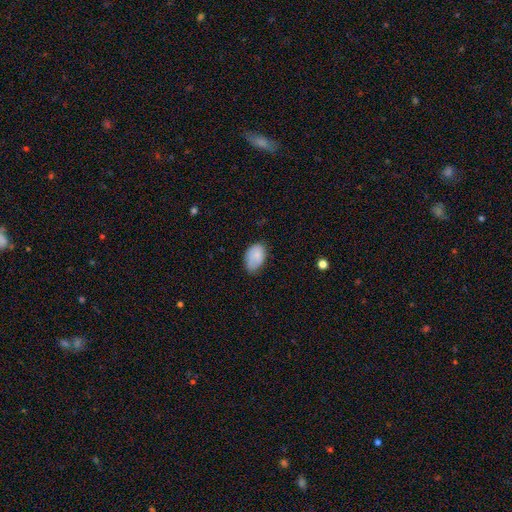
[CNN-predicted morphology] A smooth galaxy with no disk features (82%) that is in between round and cigar-shaped (88%). Merging: none (59%).